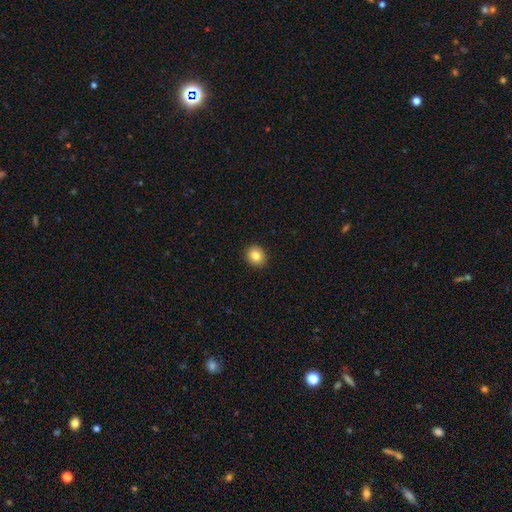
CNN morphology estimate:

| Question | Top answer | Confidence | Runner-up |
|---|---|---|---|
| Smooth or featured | smooth | 83% | star or artifact (10%) |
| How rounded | round | 77% | in between (22%) |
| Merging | none | 92% | minor disturbance (5%) |